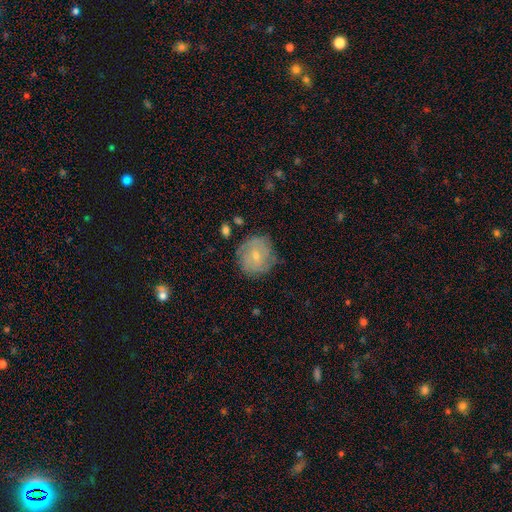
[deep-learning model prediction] A featured or disk galaxy (47%).

Vote fractions:
- Smooth or featured? featured or disk: 47% / smooth: 45% / star or artifact: 8%
- Merging? none: 74% / minor disturbance: 19% / major disturbance: 6% / merger: 2%